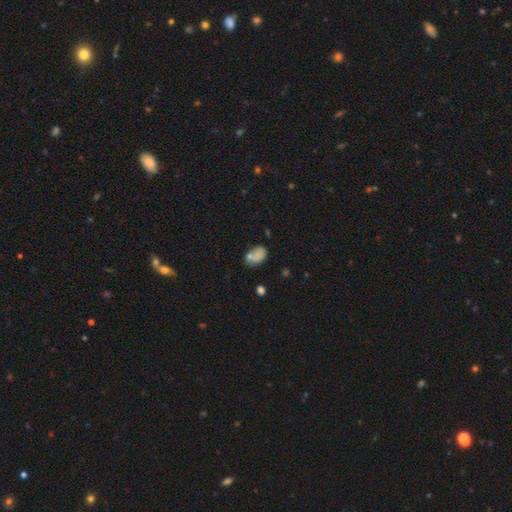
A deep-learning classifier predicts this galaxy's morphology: Q: Smooth or featured?
A: smooth (70%); runner-up: featured or disk (19%)
Q: How rounded?
A: in between (81%); runner-up: round (17%)
Q: Merging?
A: none (43%); runner-up: merger (23%)